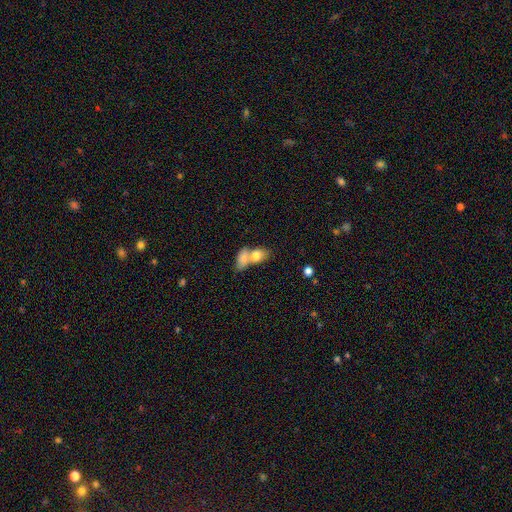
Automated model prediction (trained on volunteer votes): Smooth or featured?
  - smooth: 79% *
  - featured or disk: 14%
  - star or artifact: 7%
How rounded?
  - in between: 81% *
  - round: 16%
  - cigar-shaped: 3%
Merging?
  - merger: 70% *
  - none: 20%
  - minor disturbance: 7%
  - major disturbance: 4%